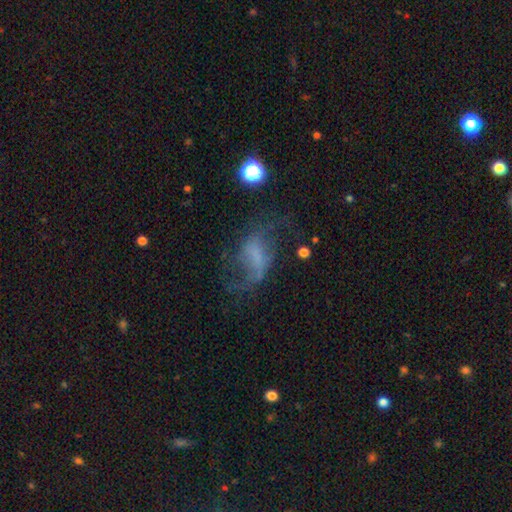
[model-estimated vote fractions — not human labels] Smooth or featured? Predicted: featured or disk (p=0.58). Edge-on disk? Predicted: no (p=0.95). Bar? Predicted: no (p=0.43). Spiral arms? Predicted: yes (p=0.69). Bulge size? Predicted: none (p=0.63). Merging? Predicted: none (p=0.43).